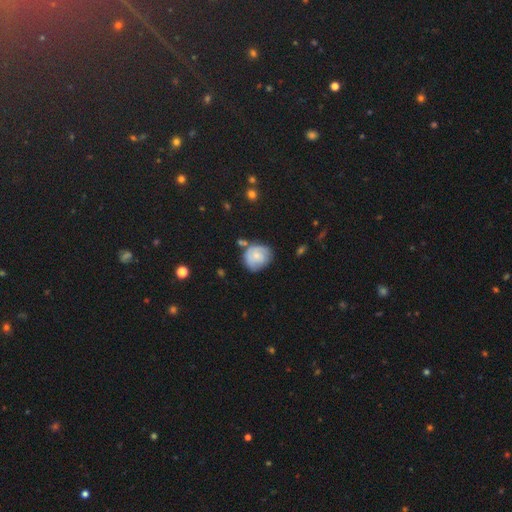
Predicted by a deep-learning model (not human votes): smooth-or-featured: smooth: 55% | featured or disk: 37% | star or artifact: 8%
  how-rounded: round: 71% | in between: 28% | cigar-shaped: 1%
  merging: none: 56% | minor disturbance: 28% | major disturbance: 9% | merger: 7%